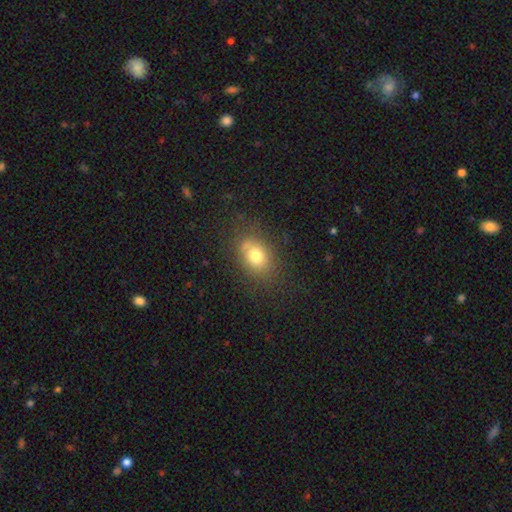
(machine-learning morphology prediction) Smooth or featured? smooth (74%)
How rounded? in between (65%)
Merging? none (74%)